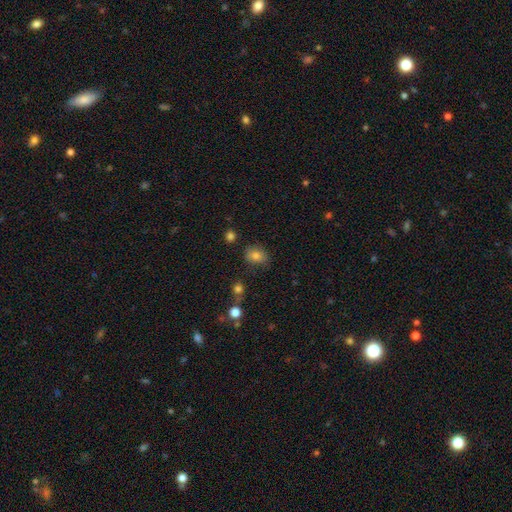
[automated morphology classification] Smooth or featured: smooth — 80% (star or artifact — 11%)
How rounded: in between — 59% (round — 40%)
Merging: none — 75% (minor disturbance — 17%)